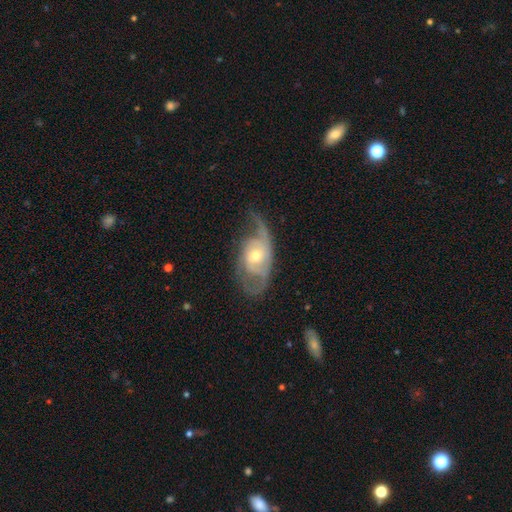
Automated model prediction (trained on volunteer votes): A featured or disk galaxy (80%) with no bar (71%), 2 (61%) medium (41%) spiral arms (88%) and a moderate central bulge (49%). Merging: none (49%).